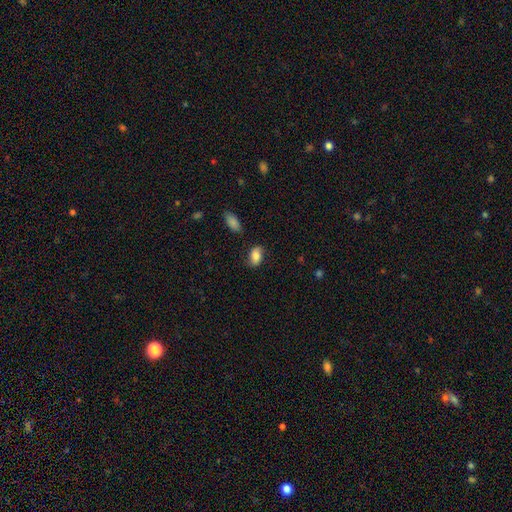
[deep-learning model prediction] Q: Smooth or featured?
A: smooth (78%); runner-up: featured or disk (14%)
Q: How rounded?
A: in between (88%); runner-up: round (10%)
Q: Merging?
A: none (76%); runner-up: minor disturbance (17%)